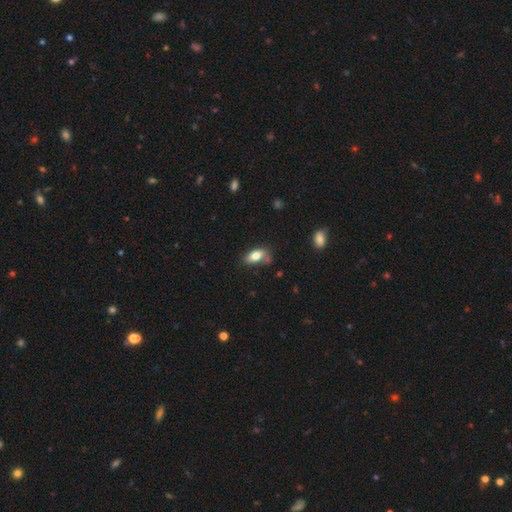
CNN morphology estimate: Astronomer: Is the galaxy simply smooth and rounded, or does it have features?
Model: smooth — 78%.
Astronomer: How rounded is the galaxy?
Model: in between — 88%.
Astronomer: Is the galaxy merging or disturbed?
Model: none — 52% (runner-up: minor disturbance, 31%).